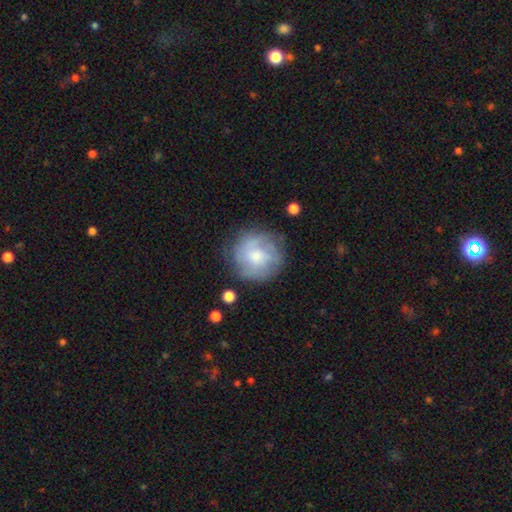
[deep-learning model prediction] A featured or disk galaxy (51%). Merging: none (70%).